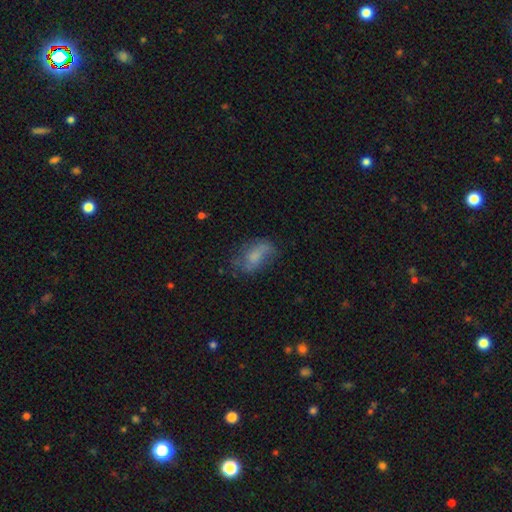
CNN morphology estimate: Smooth or featured? smooth (53%)
How rounded? in between (87%)
Merging? none (52%)